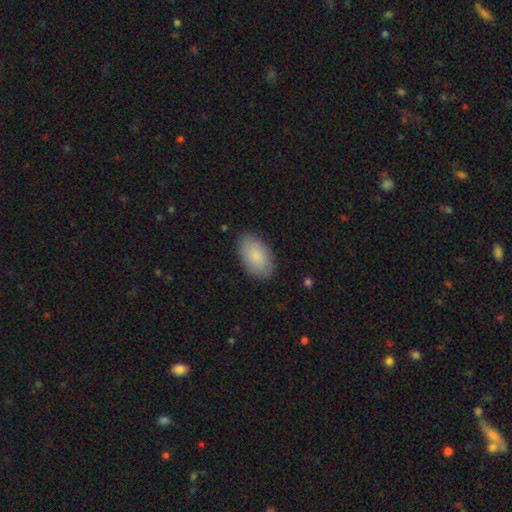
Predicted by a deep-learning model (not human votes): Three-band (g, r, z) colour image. It shows a smooth galaxy with no disk features (85%) that is in between round and cigar-shaped (95%). Merging: none (85%).